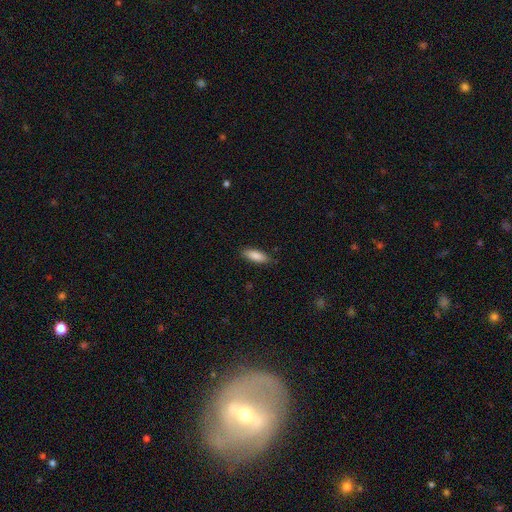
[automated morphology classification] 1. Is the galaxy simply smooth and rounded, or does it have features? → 87% smooth, 7% featured or disk, 6% star or artifact.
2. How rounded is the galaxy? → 66% in between, 32% cigar-shaped, 2% round.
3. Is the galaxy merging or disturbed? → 85% none, 12% minor disturbance, 2% major disturbance, 1% merger.